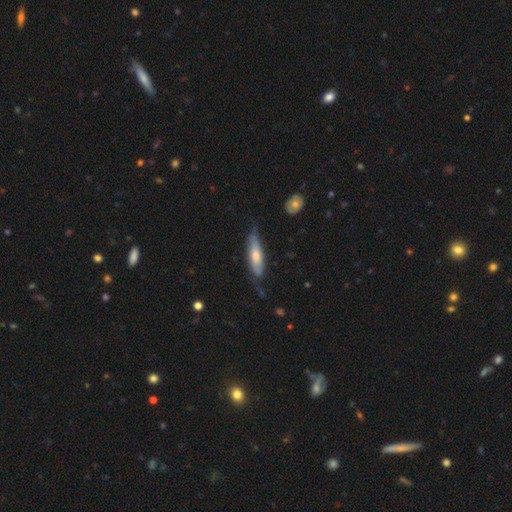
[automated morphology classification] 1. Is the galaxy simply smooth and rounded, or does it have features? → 54% smooth, 41% featured or disk, 5% star or artifact.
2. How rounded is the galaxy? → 66% cigar-shaped, 33% in between, 2% round.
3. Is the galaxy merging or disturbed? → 60% none, 29% minor disturbance, 9% major disturbance, 2% merger.